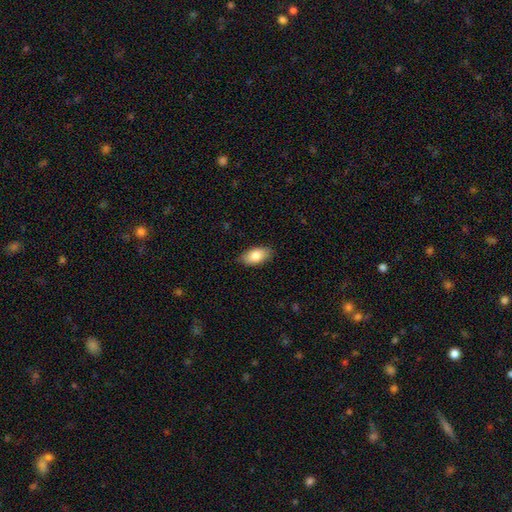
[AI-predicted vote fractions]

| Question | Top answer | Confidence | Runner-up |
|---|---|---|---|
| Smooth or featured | smooth | 83% | featured or disk (11%) |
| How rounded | in between | 93% | cigar-shaped (3%) |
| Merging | none | 86% | minor disturbance (11%) |